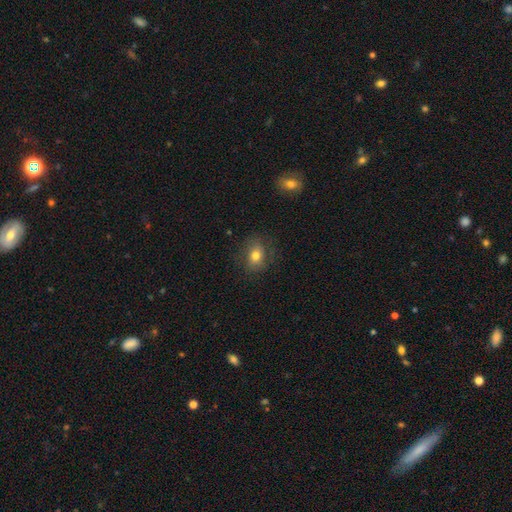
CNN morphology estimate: Smooth or featured? Predicted: smooth (p=0.73). How rounded? Predicted: in between (p=0.51). Merging? Predicted: none (p=0.75).